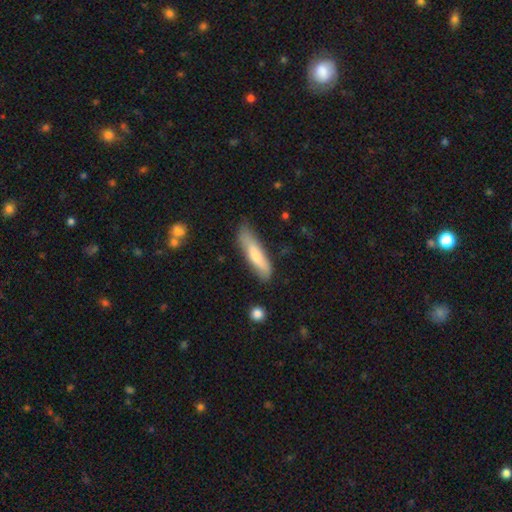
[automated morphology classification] Smooth or featured? Predicted: smooth (p=0.68). How rounded? Predicted: cigar-shaped (p=0.76). Merging? Predicted: none (p=0.68).